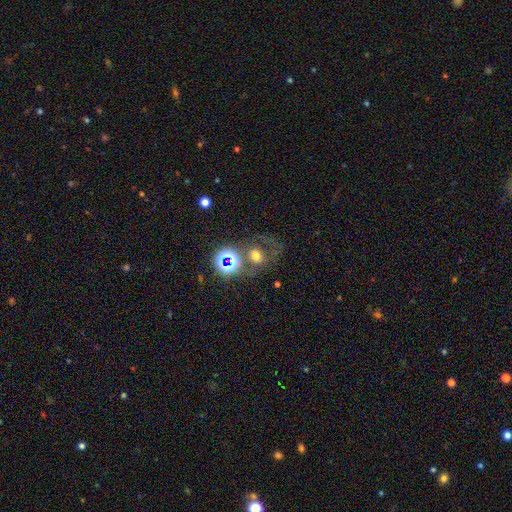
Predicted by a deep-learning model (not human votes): This appears to be a smooth galaxy with no disk features (51%) that is round (68%). Merging: none (51%).